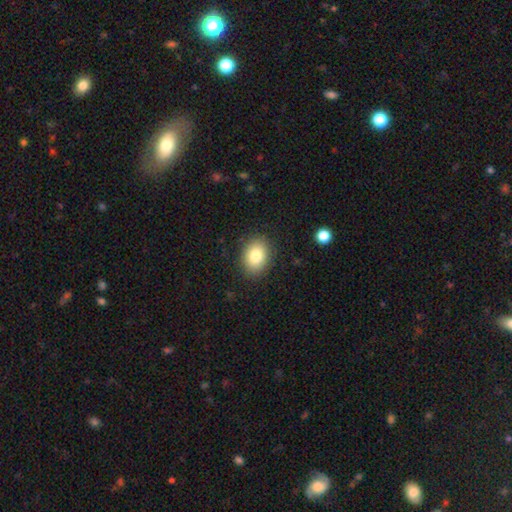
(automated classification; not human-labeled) Smooth or featured? Predicted: smooth (p=0.83). How rounded? Predicted: in between (p=0.67). Merging? Predicted: none (p=0.88).